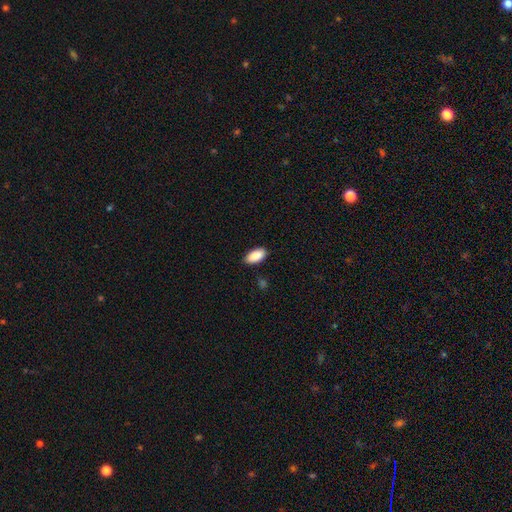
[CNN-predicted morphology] smooth 90%, star or artifact 6%, featured or disk 3%. Down the decision tree: how rounded — in between (93%); merging — none (86%).